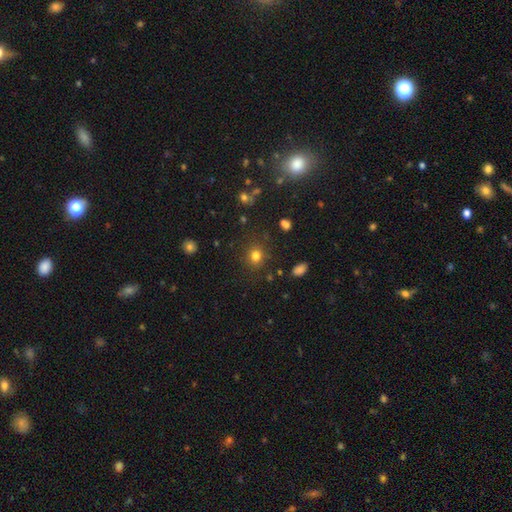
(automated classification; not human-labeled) A smooth galaxy with no disk features (79%) that is round (75%). Merging: none (84%).